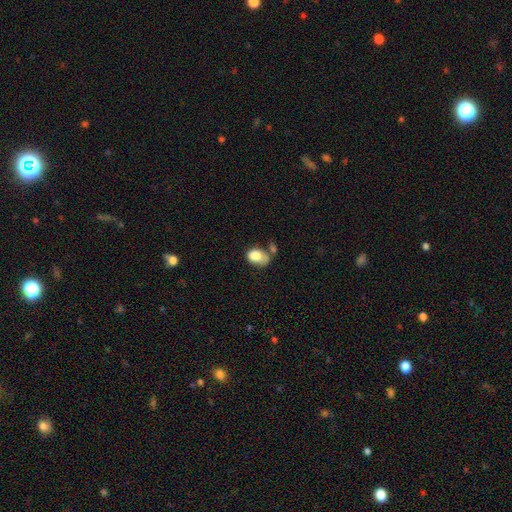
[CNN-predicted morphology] Smooth or featured?
  - smooth: 80% *
  - featured or disk: 13%
  - star or artifact: 8%
How rounded?
  - in between: 76% *
  - round: 23%
  - cigar-shaped: 1%
Merging?
  - merger: 31% *
  - none: 29%
  - minor disturbance: 22%
  - major disturbance: 17%